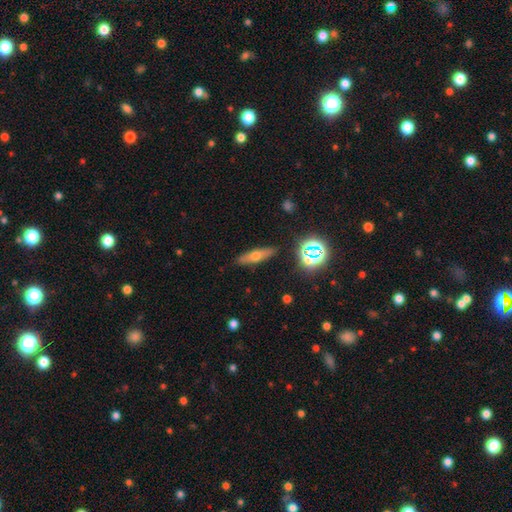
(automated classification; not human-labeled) This appears to be a smooth galaxy with no disk features (53%) that is cigar-shaped (63%). Merging: none (87%).